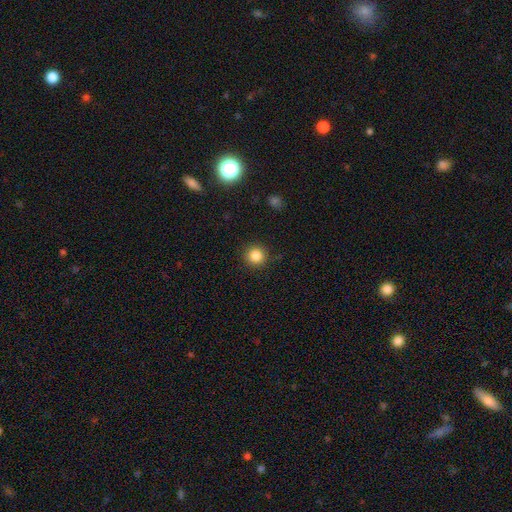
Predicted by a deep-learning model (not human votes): Morphology: type=smooth (85%); roundness=round (94%); merging=none (90%).